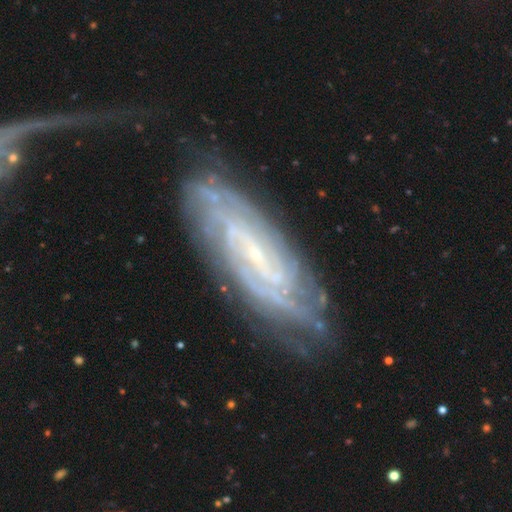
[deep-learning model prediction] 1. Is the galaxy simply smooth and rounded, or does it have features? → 86% featured or disk, 7% smooth, 6% star or artifact.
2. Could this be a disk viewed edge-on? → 89% no, 11% yes.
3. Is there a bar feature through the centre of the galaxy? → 41% weak, 35% no, 24% strong.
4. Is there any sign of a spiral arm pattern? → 97% yes, 3% no.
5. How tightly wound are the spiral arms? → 70% tight, 24% medium, 6% loose.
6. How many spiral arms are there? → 35% can't tell, 19% 2, 14% 4, 13% 3, 12% more than 4, 7% 1.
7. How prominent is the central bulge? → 81% small, 10% moderate, 7% none, 1% large, 1% dominant.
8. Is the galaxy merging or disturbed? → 68% none, 19% minor disturbance, 9% major disturbance, 4% merger.